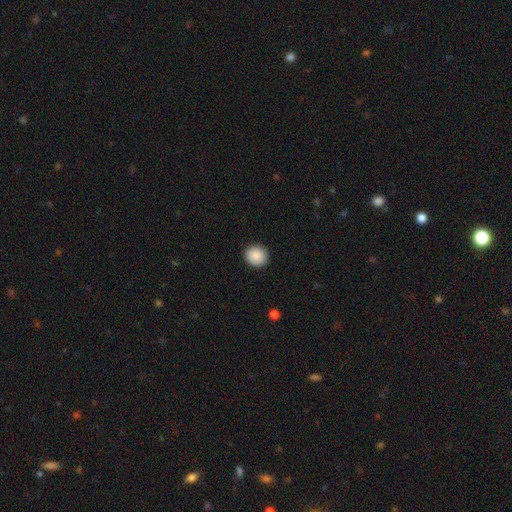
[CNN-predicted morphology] This appears to be a smooth galaxy with no disk features (90%) that is round (90%). Merging: none (92%).